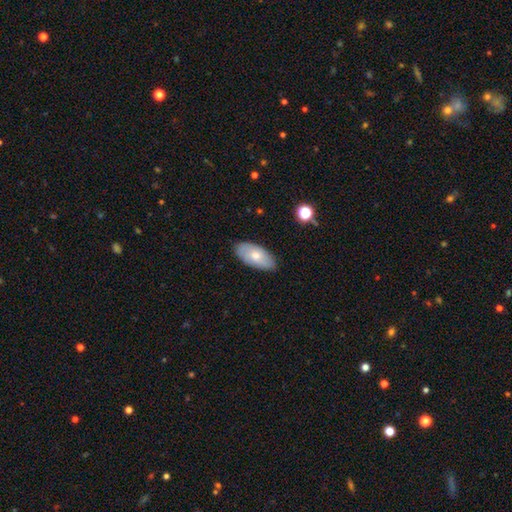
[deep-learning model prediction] Smooth or featured? Predicted: smooth (p=0.63). How rounded? Predicted: in between (p=0.93). Merging? Predicted: none (p=0.80).